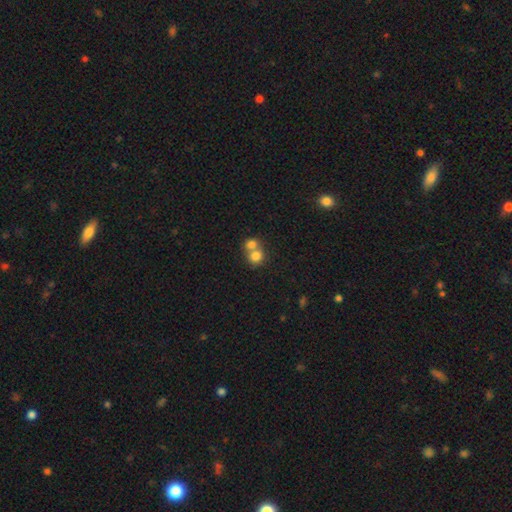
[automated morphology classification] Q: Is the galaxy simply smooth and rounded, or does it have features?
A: smooth — 78%.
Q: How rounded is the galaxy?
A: round — 72%.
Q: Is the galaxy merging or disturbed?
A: merger — 65%.